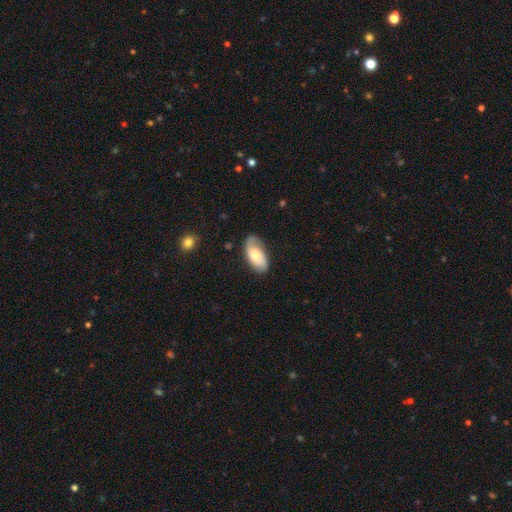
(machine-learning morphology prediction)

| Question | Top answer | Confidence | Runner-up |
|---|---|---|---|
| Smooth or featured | smooth | 54% | featured or disk (40%) |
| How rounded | in between | 93% | cigar-shaped (4%) |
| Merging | none | 69% | minor disturbance (23%) |